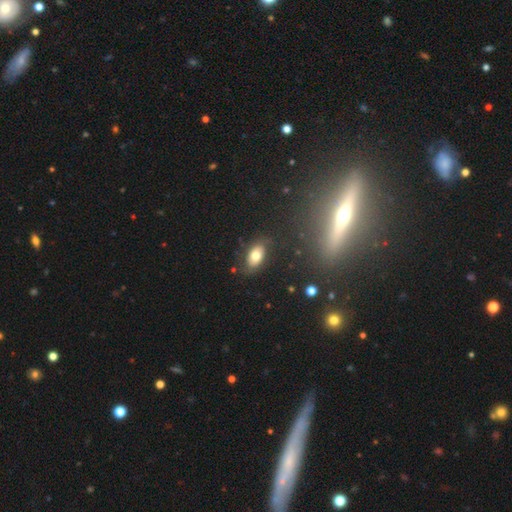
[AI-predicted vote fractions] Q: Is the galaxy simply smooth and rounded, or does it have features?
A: smooth — 70%.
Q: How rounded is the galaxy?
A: in between — 92%.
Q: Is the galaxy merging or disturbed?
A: none — 78%.